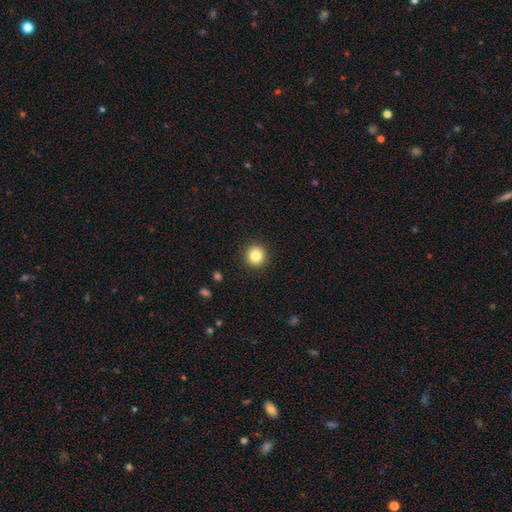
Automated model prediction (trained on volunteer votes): smooth_or_featured: smooth (p=0.84) [alt: star or artifact p=0.10]
how_rounded: round (p=0.95) [alt: in between p=0.04]
merging: none (p=0.92) [alt: minor disturbance p=0.05]